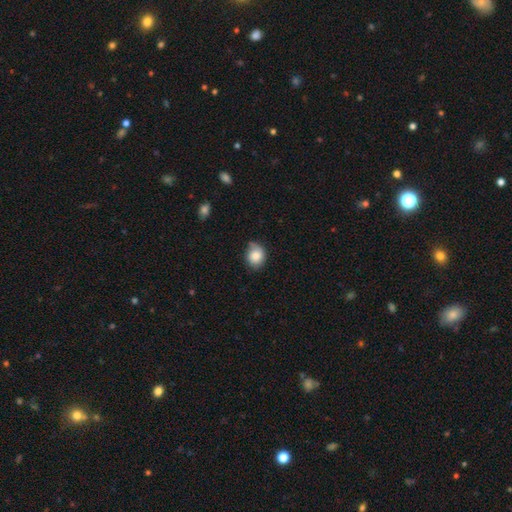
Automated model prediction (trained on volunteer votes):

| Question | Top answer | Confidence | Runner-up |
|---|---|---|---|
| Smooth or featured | smooth | 84% | star or artifact (8%) |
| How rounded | round | 63% | in between (36%) |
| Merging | none | 57% | minor disturbance (34%) |